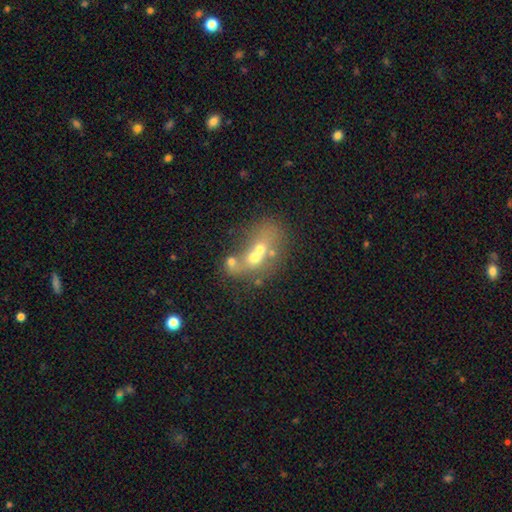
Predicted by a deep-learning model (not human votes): A smooth galaxy with no disk features (47%).

Vote fractions:
- Smooth or featured? smooth: 47% / featured or disk: 38% / star or artifact: 15%
- Merging? merger: 68% / none: 18% / major disturbance: 7% / minor disturbance: 7%